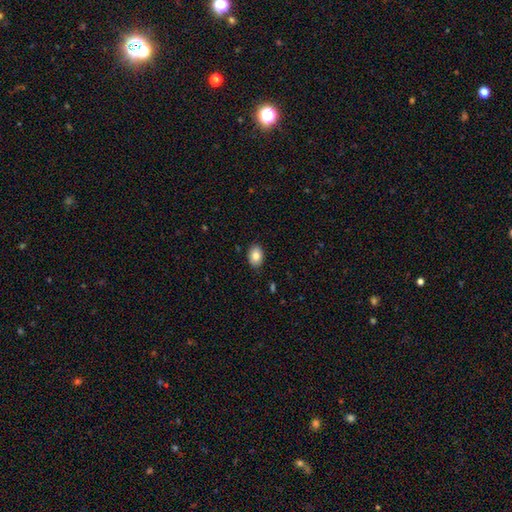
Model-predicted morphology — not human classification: The model was most divided on "how rounded": in between: 84%, round: 15%, cigar-shaped: 1%. More confident: merging — none (88%); smooth or featured — smooth (84%).